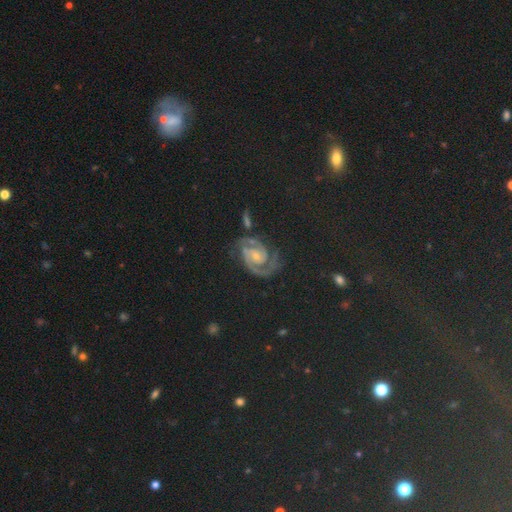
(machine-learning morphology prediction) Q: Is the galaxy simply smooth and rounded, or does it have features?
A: featured or disk — 48%.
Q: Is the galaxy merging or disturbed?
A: none — 72%.